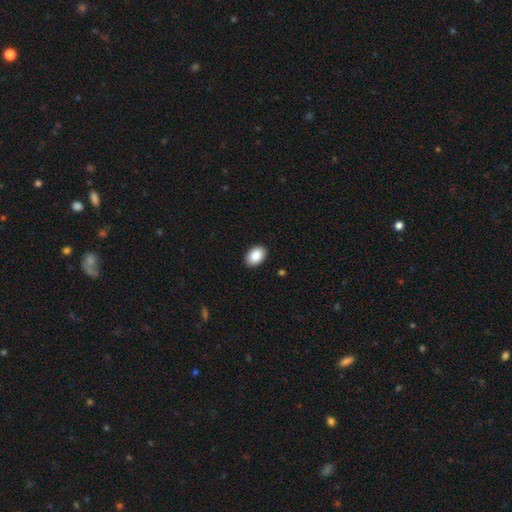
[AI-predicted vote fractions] The model was most divided on "how rounded": in between: 86%, round: 13%, cigar-shaped: 1%. More confident: merging — none (91%); smooth or featured — smooth (88%).